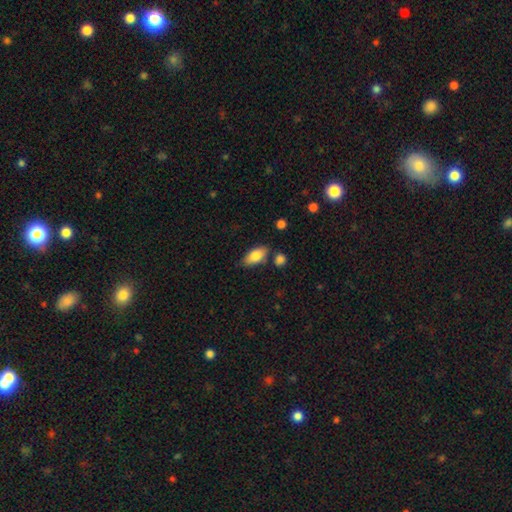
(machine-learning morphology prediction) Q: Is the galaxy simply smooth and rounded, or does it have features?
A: smooth — 81%.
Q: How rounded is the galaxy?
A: in between — 88%.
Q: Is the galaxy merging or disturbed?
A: none — 72%.